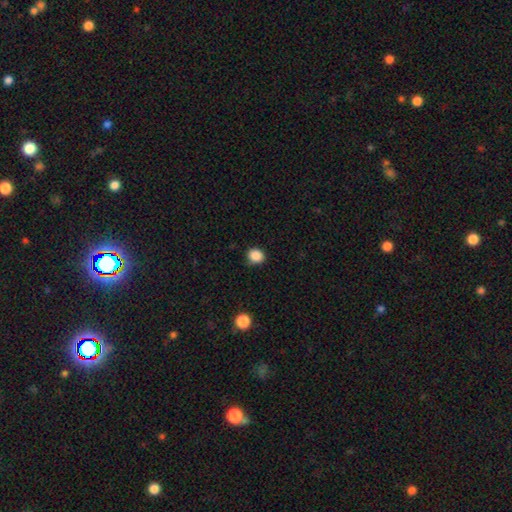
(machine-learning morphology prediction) A smooth galaxy with no disk features (87%) that is round (74%).

Vote fractions:
- Smooth or featured? smooth: 87% / star or artifact: 10% / featured or disk: 3%
- How rounded? round: 74% / in between: 25% / cigar-shaped: 1%
- Merging? none: 84% / minor disturbance: 13% / major disturbance: 2% / merger: 1%